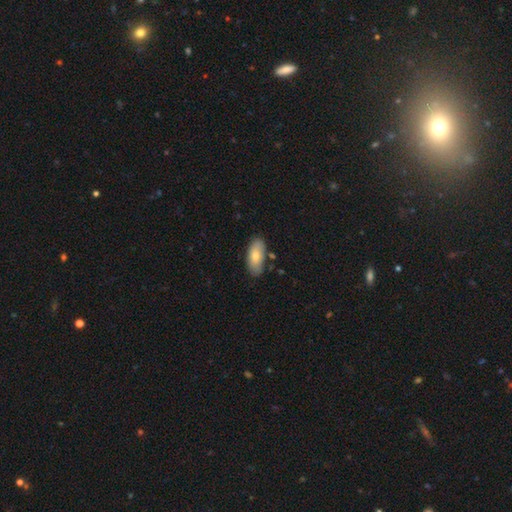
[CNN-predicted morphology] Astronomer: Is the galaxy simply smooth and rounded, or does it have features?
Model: smooth — 76%.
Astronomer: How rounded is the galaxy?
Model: in between — 89%.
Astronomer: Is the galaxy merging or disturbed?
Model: none — 77%.